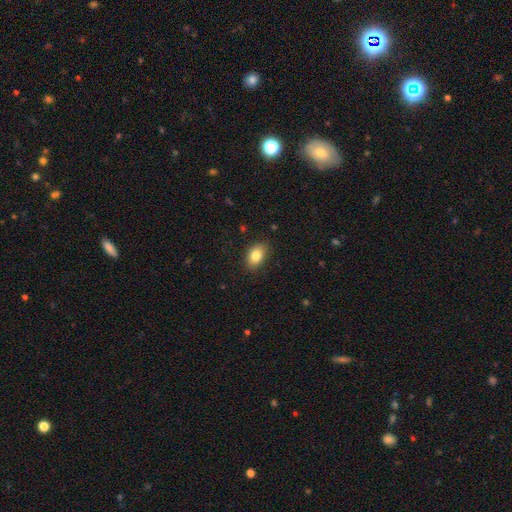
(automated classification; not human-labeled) smooth 83%, featured or disk 9%, star or artifact 8%. Down the decision tree: how rounded — in between (86%); merging — none (85%).